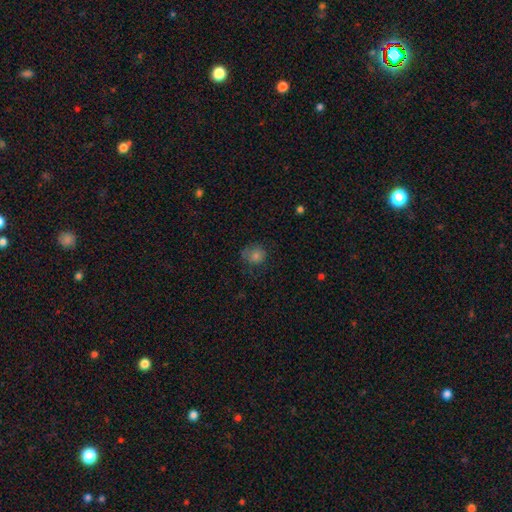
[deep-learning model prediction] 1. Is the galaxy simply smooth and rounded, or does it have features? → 72% smooth, 16% star or artifact, 12% featured or disk.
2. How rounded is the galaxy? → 80% round, 19% in between, 1% cigar-shaped.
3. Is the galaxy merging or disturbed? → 67% none, 21% minor disturbance, 10% major disturbance, 2% merger.